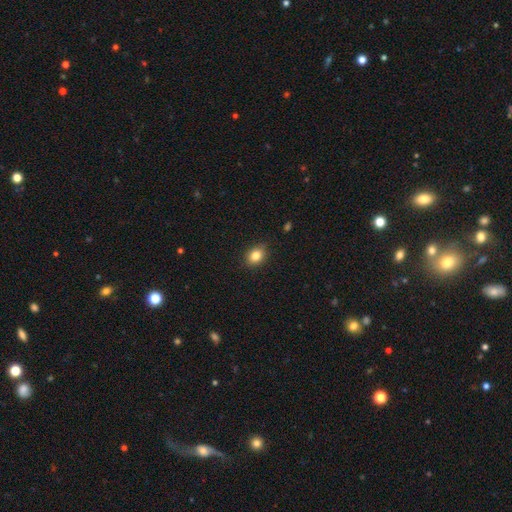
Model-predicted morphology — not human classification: A smooth galaxy with no disk features (83%) that is in between round and cigar-shaped (53%).

Vote fractions:
- Smooth or featured? smooth: 83% / star or artifact: 10% / featured or disk: 7%
- How rounded? in between: 53% / round: 46% / cigar-shaped: 1%
- Merging? none: 86% / minor disturbance: 11% / major disturbance: 2% / merger: 1%